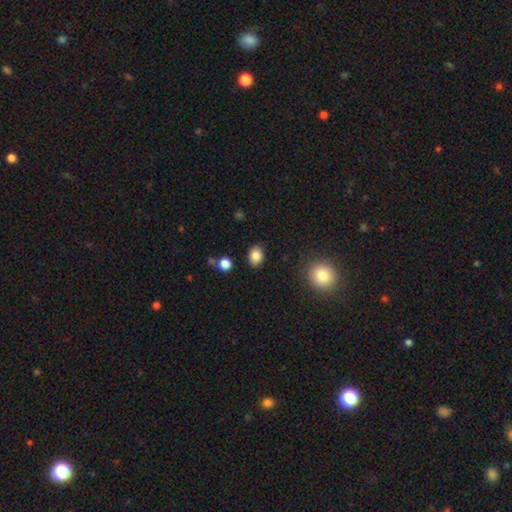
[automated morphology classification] smooth_or_featured: smooth (p=0.85) [alt: star or artifact p=0.10]
how_rounded: in between (p=0.67) [alt: round p=0.32]
merging: none (p=0.84) [alt: minor disturbance p=0.10]